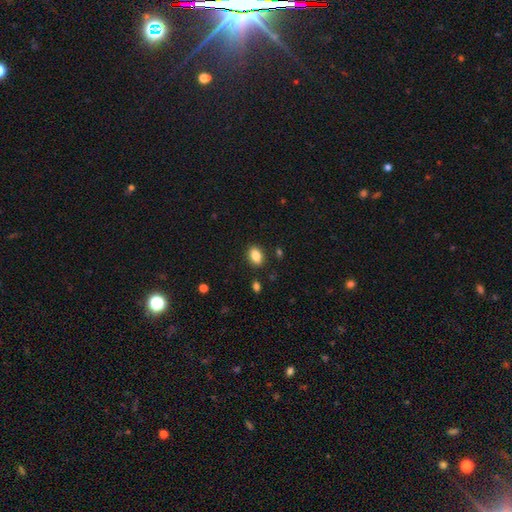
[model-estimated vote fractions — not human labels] Smooth or featured: smooth — 85% (star or artifact — 9%)
How rounded: in between — 82% (round — 17%)
Merging: none — 88% (minor disturbance — 8%)